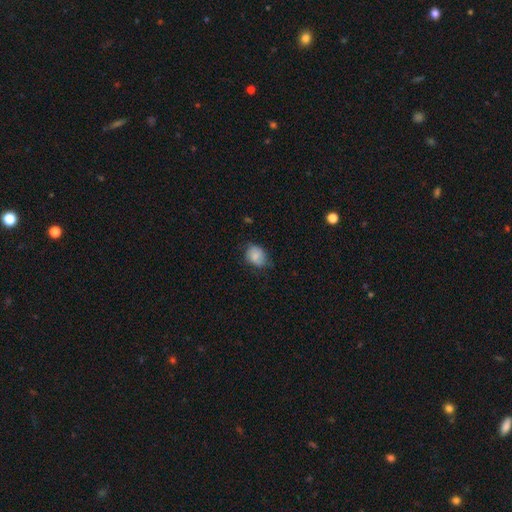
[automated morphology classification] smooth_or_featured: smooth (p=0.80) [alt: featured or disk p=0.12]
how_rounded: in between (p=0.55) [alt: round p=0.44]
merging: none (p=0.63) [alt: minor disturbance p=0.29]